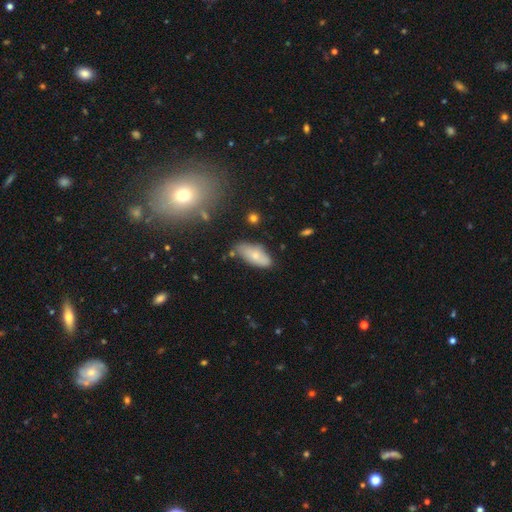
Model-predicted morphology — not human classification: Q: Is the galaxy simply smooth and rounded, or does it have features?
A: smooth — 69%.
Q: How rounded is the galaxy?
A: in between — 83%.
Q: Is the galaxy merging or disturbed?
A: none — 65%.